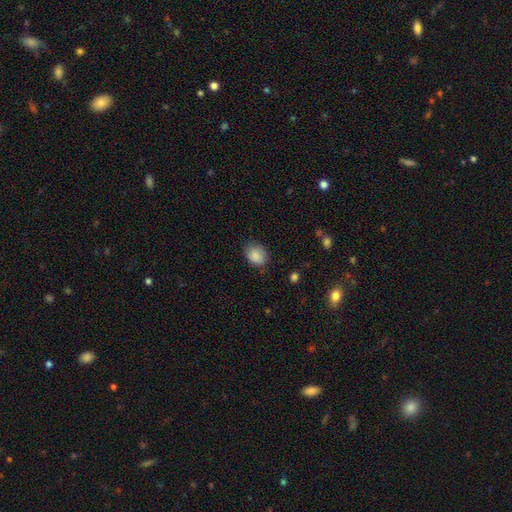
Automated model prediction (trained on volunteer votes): The model was most divided on "how rounded": in between: 53%, round: 46%, cigar-shaped: 1%. More confident: smooth or featured — smooth (87%); merging — none (74%).